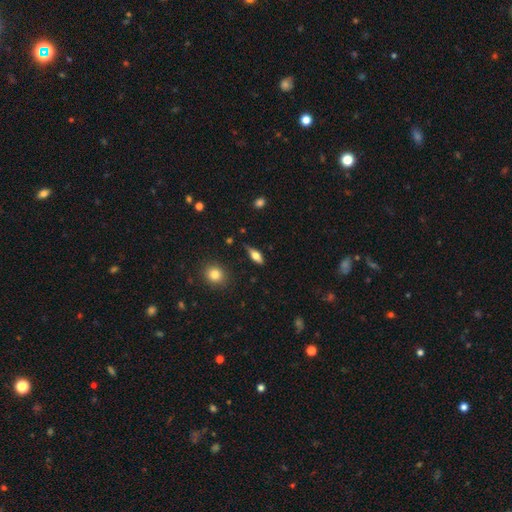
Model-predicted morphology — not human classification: Smooth or featured: smooth — 49% (featured or disk — 43%)
Merging: none — 78% (minor disturbance — 16%)